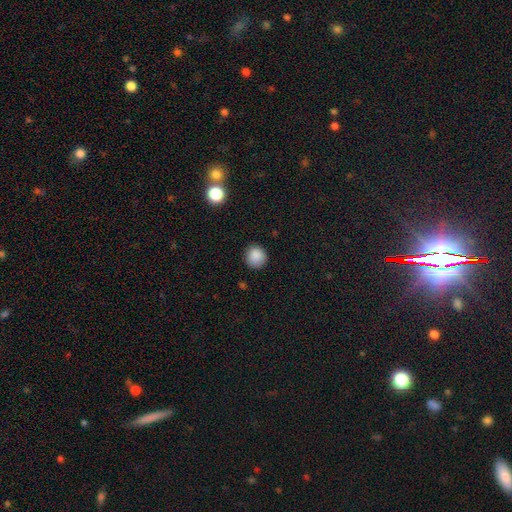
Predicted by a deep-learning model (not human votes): smooth_or_featured: smooth (p=0.87) [alt: star or artifact p=0.09]
how_rounded: round (p=0.91) [alt: in between p=0.08]
merging: none (p=0.87) [alt: minor disturbance p=0.09]